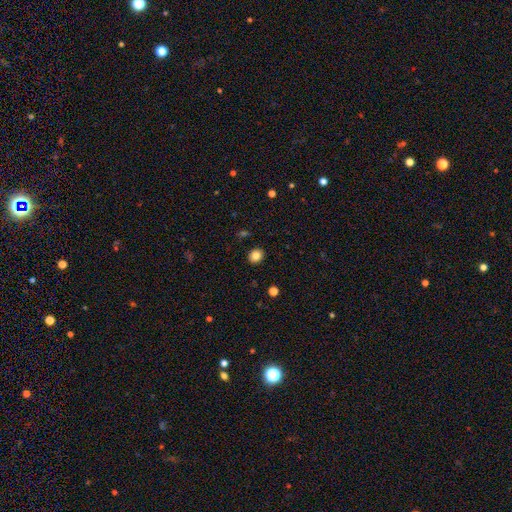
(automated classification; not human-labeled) The model was most divided on "how rounded": round: 69%, in between: 30%, cigar-shaped: 1%. More confident: merging — none (91%); smooth or featured — smooth (84%).